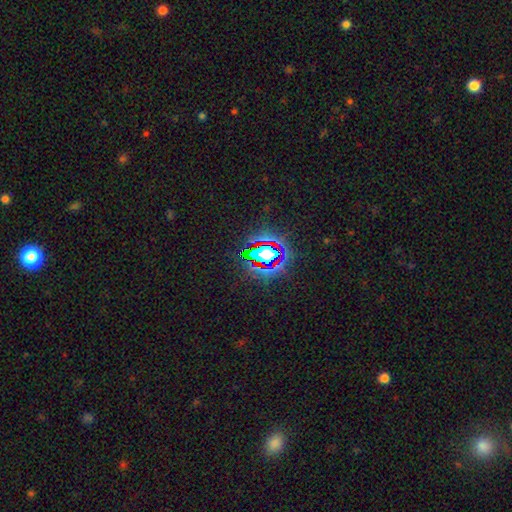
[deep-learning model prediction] Smooth or featured? Predicted: star or artifact (p=0.76).